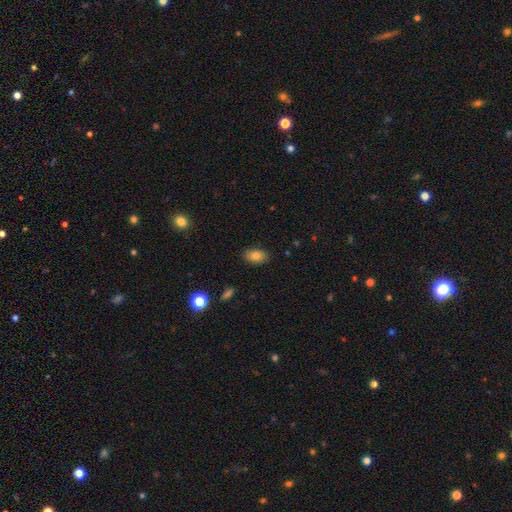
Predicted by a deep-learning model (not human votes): smooth 81%, featured or disk 10%, star or artifact 9%. Down the decision tree: how rounded — in between (89%); merging — none (86%).